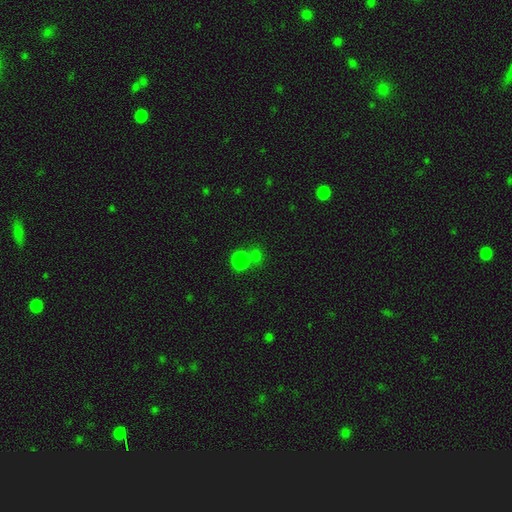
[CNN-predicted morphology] The model was most divided on "merging": none: 63%, merger: 25%, minor disturbance: 9%, major disturbance: 4%. More confident: smooth or featured — smooth (81%); how rounded — round (78%).